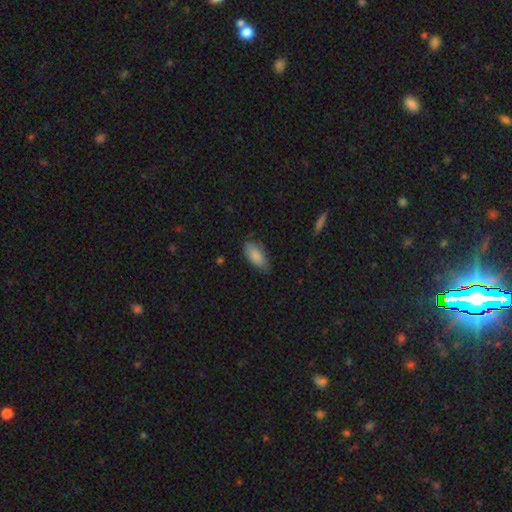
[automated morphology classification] This appears to be a smooth galaxy with no disk features (85%) that is in between round and cigar-shaped (88%). Merging: none (72%).